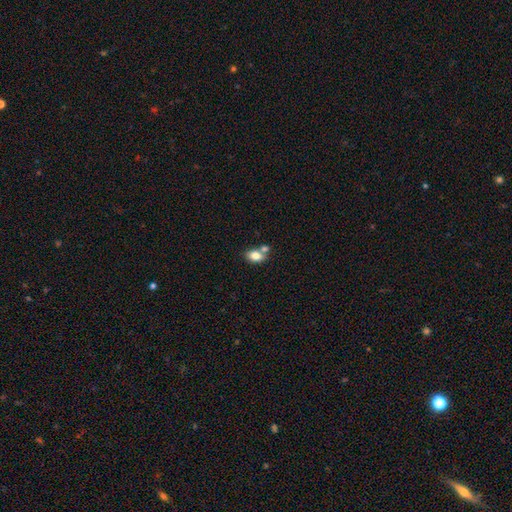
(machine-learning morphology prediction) This appears to be a smooth galaxy with no disk features (79%) that is in between round and cigar-shaped (84%). Merging: none (51%).